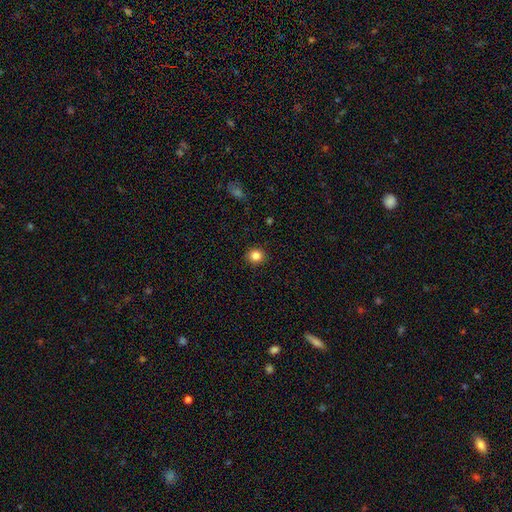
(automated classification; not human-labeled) Q: Smooth or featured?
A: smooth (84%); runner-up: star or artifact (11%)
Q: How rounded?
A: round (84%); runner-up: in between (15%)
Q: Merging?
A: none (91%); runner-up: minor disturbance (6%)